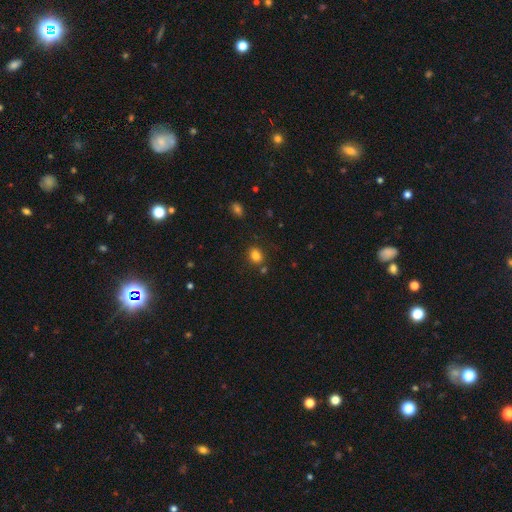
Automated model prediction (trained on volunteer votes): Morphology: type=smooth (81%); roundness=round (62%); merging=none (79%).